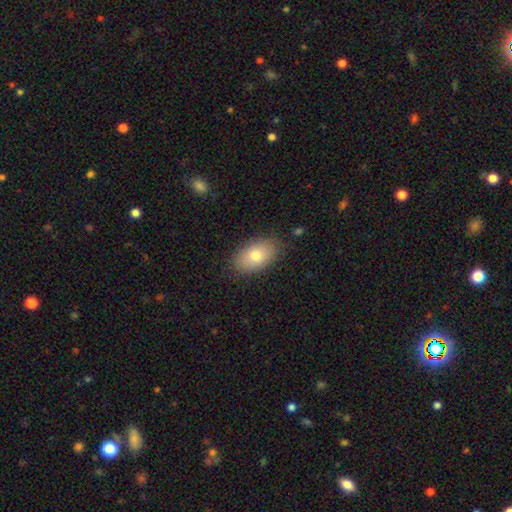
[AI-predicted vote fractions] The model was most divided on "smooth or featured": smooth: 78%, featured or disk: 15%, star or artifact: 8%. More confident: how rounded — in between (92%); merging — none (84%).